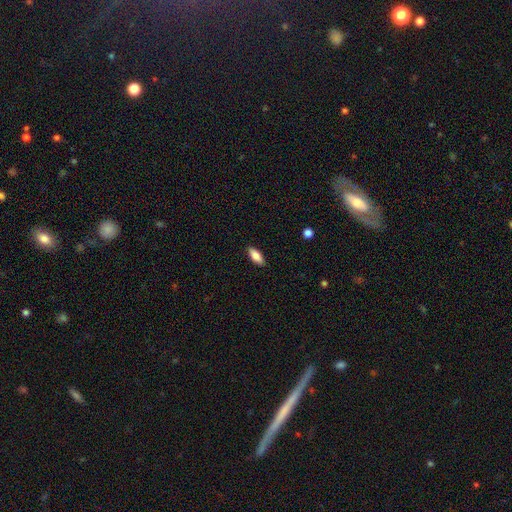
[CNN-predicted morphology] Overall: smooth (81%). How rounded: in between (78%). Merging: none (89%).